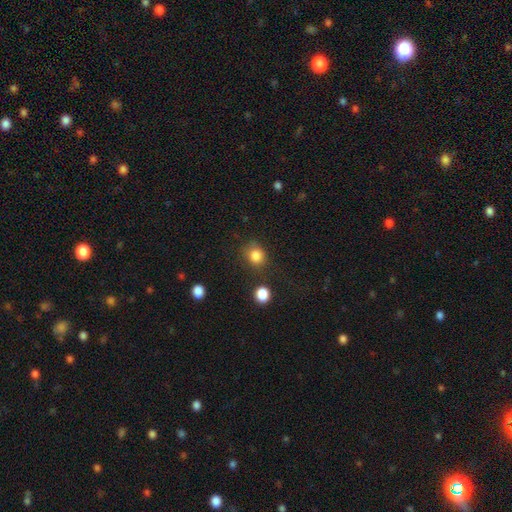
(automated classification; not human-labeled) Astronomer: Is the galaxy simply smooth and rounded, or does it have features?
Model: smooth — 84%.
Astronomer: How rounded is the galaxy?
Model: round — 75%.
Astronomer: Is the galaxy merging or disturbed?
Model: none — 74%.